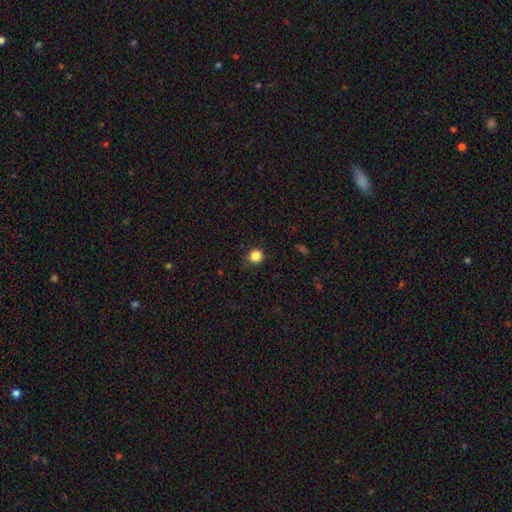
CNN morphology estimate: smooth_or_featured: smooth (p=0.84) [alt: star or artifact p=0.12]
how_rounded: round (p=0.94) [alt: in between p=0.05]
merging: none (p=0.83) [alt: minor disturbance p=0.12]